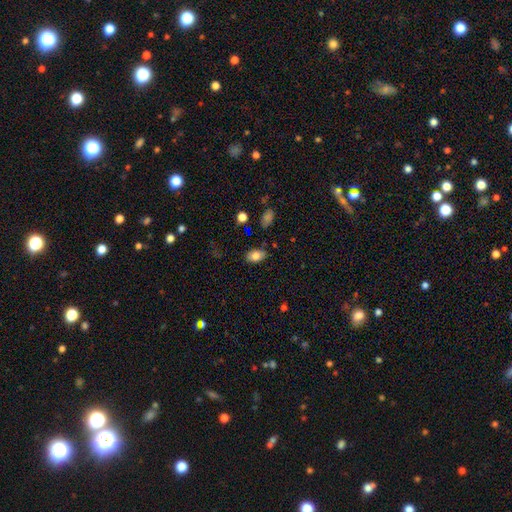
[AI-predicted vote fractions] smooth_or_featured: smooth (p=0.80) [alt: featured or disk p=0.11]
how_rounded: in between (p=0.87) [alt: round p=0.12]
merging: none (p=0.81) [alt: minor disturbance p=0.14]